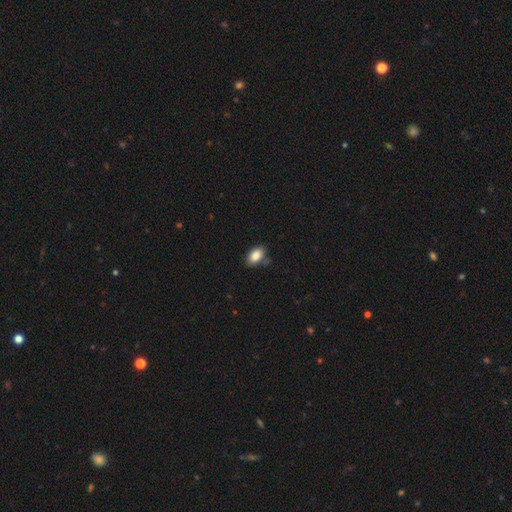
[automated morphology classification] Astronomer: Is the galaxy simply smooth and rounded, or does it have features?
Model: smooth — 87%.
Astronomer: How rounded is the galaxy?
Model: in between — 90%.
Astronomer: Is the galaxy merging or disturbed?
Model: none — 75%.